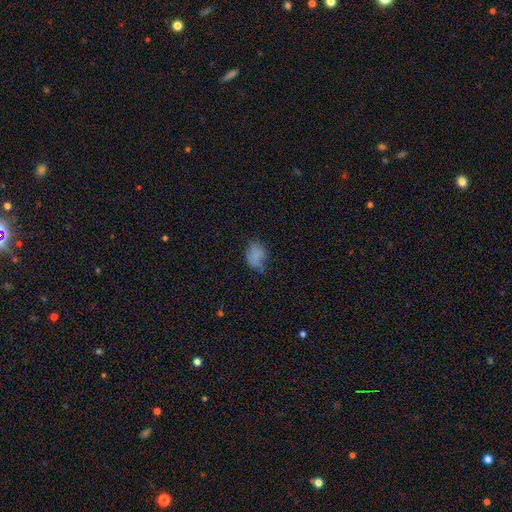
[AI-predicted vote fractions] Q: Smooth or featured?
A: smooth (75%); runner-up: star or artifact (13%)
Q: How rounded?
A: in between (63%); runner-up: round (35%)
Q: Merging?
A: none (46%); runner-up: minor disturbance (35%)